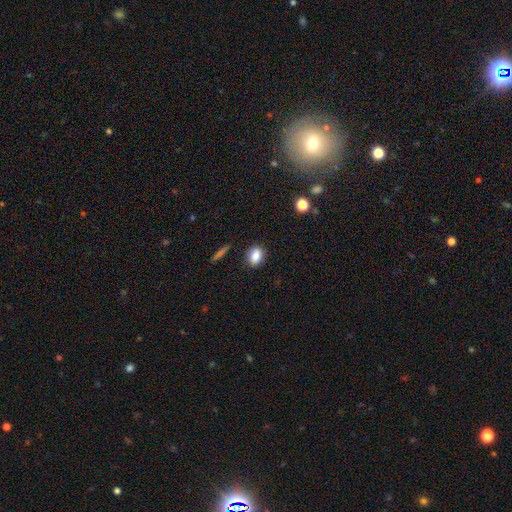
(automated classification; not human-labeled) Morphology: type=smooth (85%); roundness=in between (66%); merging=none (87%).